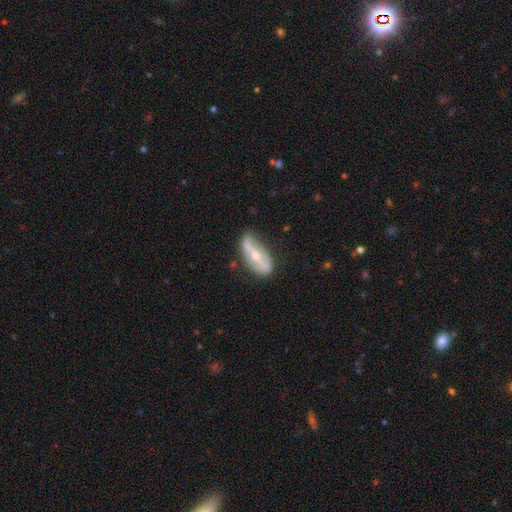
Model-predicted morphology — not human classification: Q: Smooth or featured?
A: featured or disk (73%); runner-up: smooth (22%)
Q: Edge-on disk?
A: no (84%); runner-up: yes (16%)
Q: Bar?
A: strong (49%); runner-up: no (28%)
Q: Spiral arms?
A: yes (71%); runner-up: no (29%)
Q: Bulge size?
A: moderate (50%); runner-up: small (47%)
Q: Merging?
A: none (67%); runner-up: minor disturbance (24%)